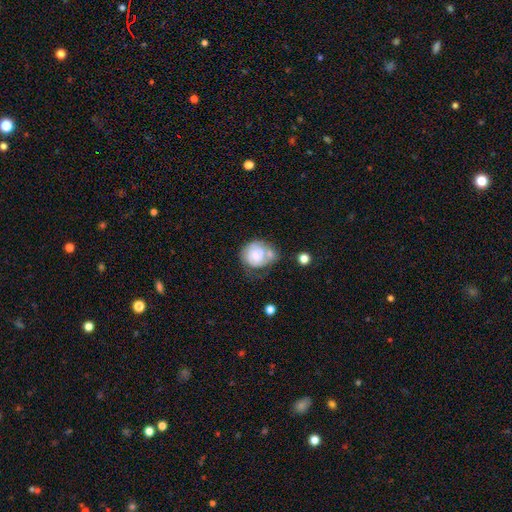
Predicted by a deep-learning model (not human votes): Overall: featured or disk (50%; smooth 43%). Merging: none (35%; merger 26%).